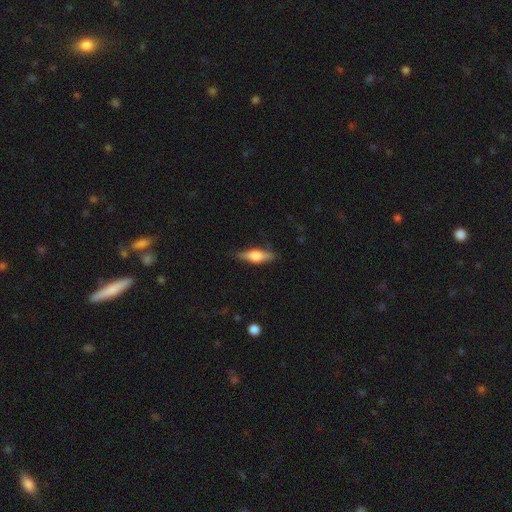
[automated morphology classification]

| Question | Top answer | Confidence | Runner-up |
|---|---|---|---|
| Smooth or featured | smooth | 48% | featured or disk (46%) |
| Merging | none | 82% | minor disturbance (14%) |